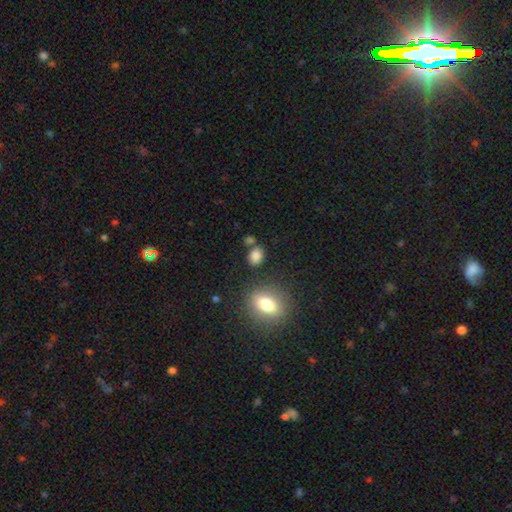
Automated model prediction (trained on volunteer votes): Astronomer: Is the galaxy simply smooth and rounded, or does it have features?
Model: smooth — 84%.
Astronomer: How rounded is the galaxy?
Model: in between — 67%.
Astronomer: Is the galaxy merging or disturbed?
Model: none — 73%.